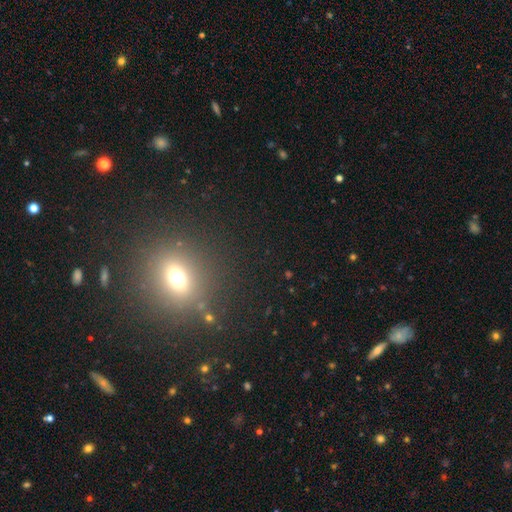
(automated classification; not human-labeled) A smooth galaxy with no disk features (47%). Merging: none (88%).